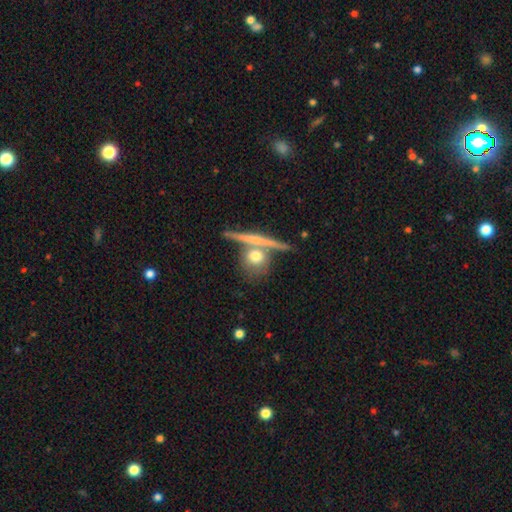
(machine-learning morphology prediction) smooth_or_featured: smooth (p=0.62) [alt: featured or disk p=0.30]
how_rounded: round (p=0.76) [alt: cigar-shaped p=0.13]
merging: none (p=0.59) [alt: merger p=0.26]